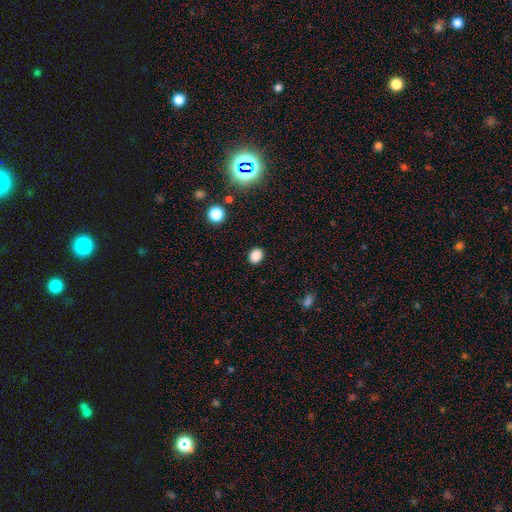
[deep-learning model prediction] Overall: smooth (86%). How rounded: in between (52%; round 47%). Merging: none (89%).